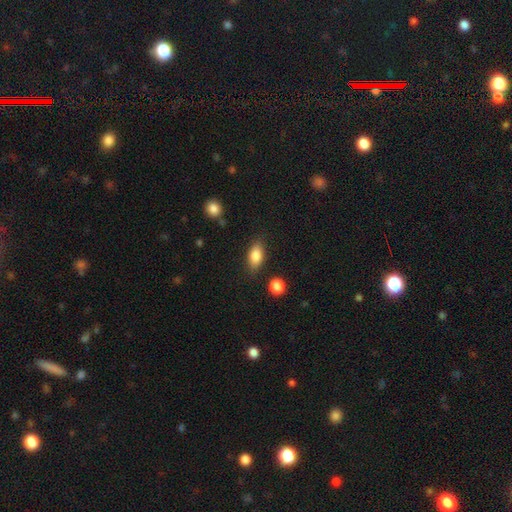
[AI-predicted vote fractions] smooth_or_featured: smooth (p=0.84) [alt: featured or disk p=0.09]
how_rounded: in between (p=0.87) [alt: cigar-shaped p=0.07]
merging: none (p=0.82) [alt: minor disturbance p=0.13]